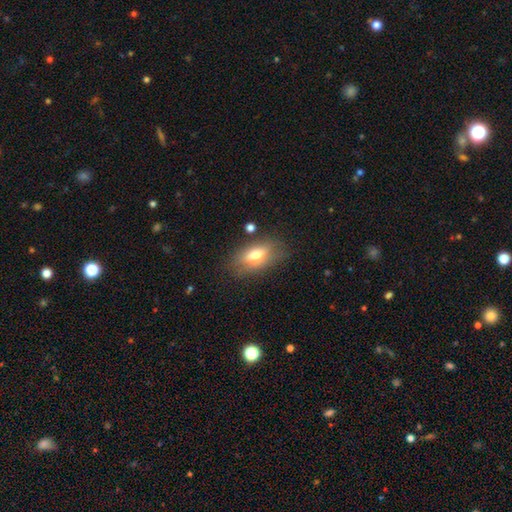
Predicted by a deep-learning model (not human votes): smooth-or-featured: smooth: 67% | featured or disk: 24% | star or artifact: 9%
  how-rounded: in between: 84% | cigar-shaped: 9% | round: 6%
  merging: none: 74% | minor disturbance: 17% | major disturbance: 5% | merger: 3%